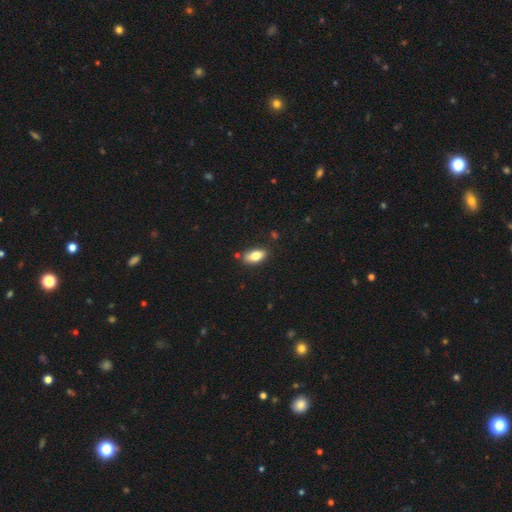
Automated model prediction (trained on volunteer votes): smooth_or_featured: smooth (p=0.80) [alt: featured or disk p=0.13]
how_rounded: in between (p=0.88) [alt: cigar-shaped p=0.09]
merging: none (p=0.82) [alt: minor disturbance p=0.12]